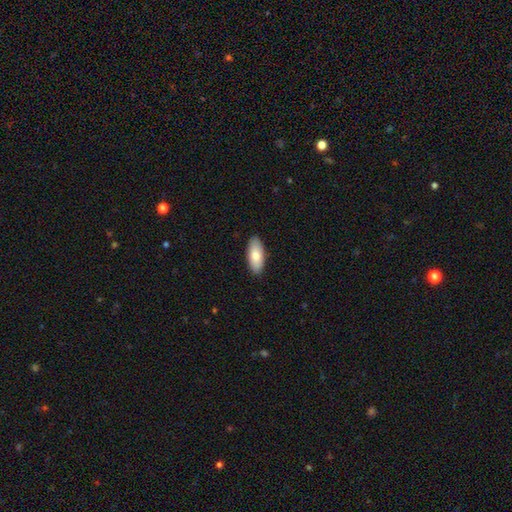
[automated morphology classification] The model was most divided on "smooth or featured": smooth: 79%, featured or disk: 15%, star or artifact: 6%. More confident: merging — none (89%); how rounded — in between (86%).